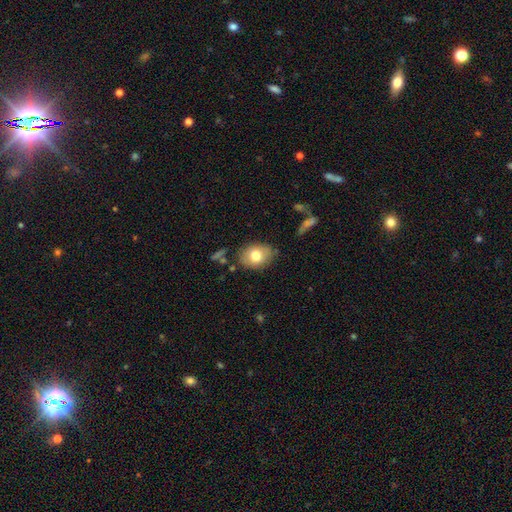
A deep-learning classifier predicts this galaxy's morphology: smooth_or_featured: smooth (p=0.76) [alt: featured or disk p=0.15]
how_rounded: in between (p=0.65) [alt: round p=0.34]
merging: none (p=0.79) [alt: minor disturbance p=0.14]